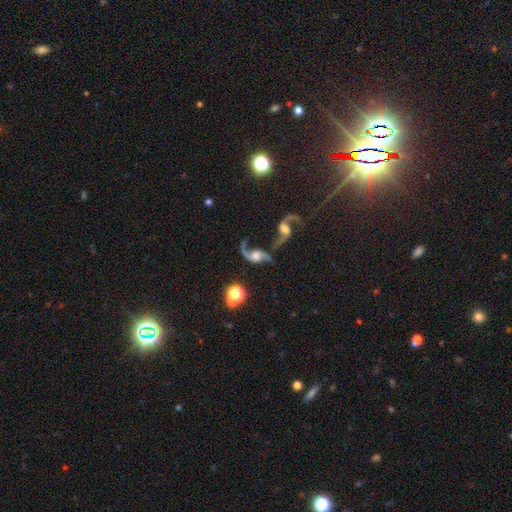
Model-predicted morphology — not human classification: This appears to be a featured or disk galaxy (85%) with no bar (59%), 2 (89%) loose (85%) spiral arms (95%) and a moderate central bulge (46%). Merging: none (41%).